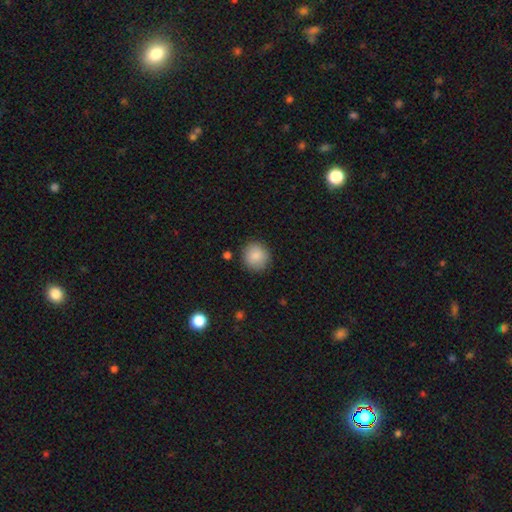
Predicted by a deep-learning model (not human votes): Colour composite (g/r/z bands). It shows a smooth galaxy with no disk features (87%) that is round (91%). Merging: none (88%).